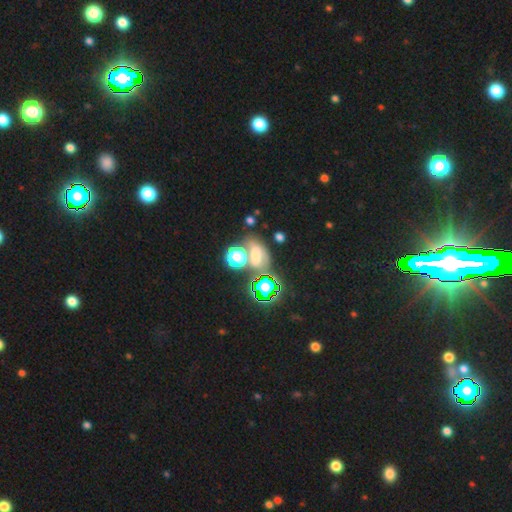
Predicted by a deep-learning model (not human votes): Smooth or featured? Predicted: smooth (p=0.46). Merging? Predicted: none (p=0.45).